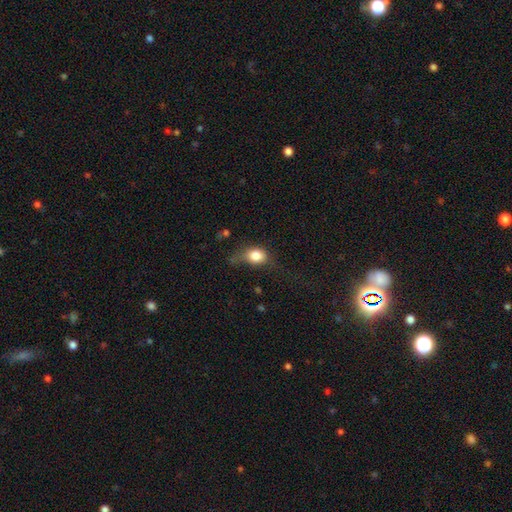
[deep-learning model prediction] Smooth or featured? smooth (79%)
How rounded? in between (54%)
Merging? none (36%)